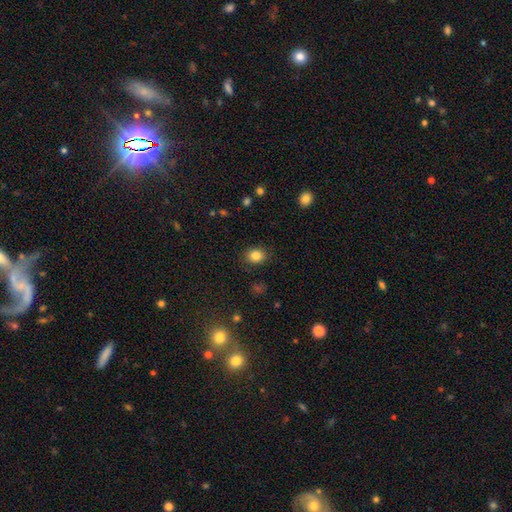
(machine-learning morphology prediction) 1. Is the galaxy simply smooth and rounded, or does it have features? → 84% smooth, 11% star or artifact, 5% featured or disk.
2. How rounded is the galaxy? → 56% round, 43% in between, 1% cigar-shaped.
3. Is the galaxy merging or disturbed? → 86% none, 10% minor disturbance, 3% major disturbance, 1% merger.